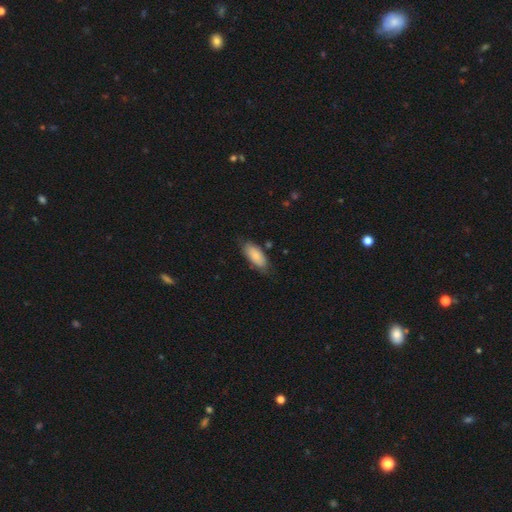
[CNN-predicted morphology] Smooth or featured? Predicted: smooth (p=0.83). How rounded? Predicted: in between (p=0.85). Merging? Predicted: none (p=0.74).